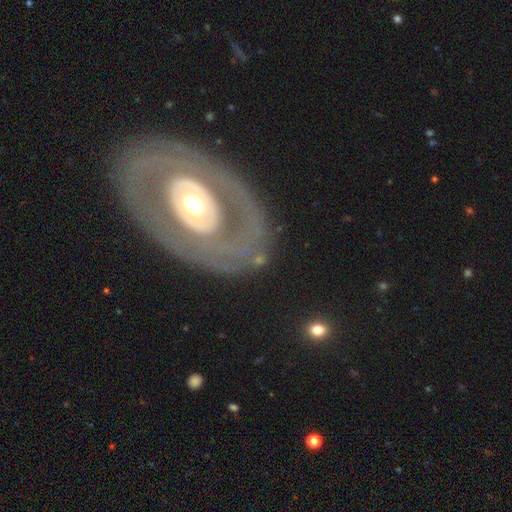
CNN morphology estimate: Q: Smooth or featured?
A: featured or disk (71%); runner-up: smooth (21%)
Q: Edge-on disk?
A: no (92%); runner-up: yes (8%)
Q: Bar?
A: no (68%); runner-up: weak (18%)
Q: Spiral arms?
A: no (56%); runner-up: yes (44%)
Q: Bulge size?
A: moderate (65%); runner-up: large (23%)
Q: Merging?
A: none (68%); runner-up: minor disturbance (15%)